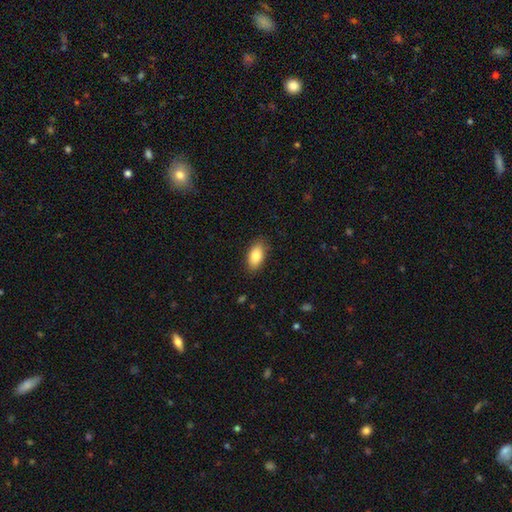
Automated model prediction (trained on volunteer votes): Overall: smooth (85%). How rounded: in between (91%). Merging: none (86%).